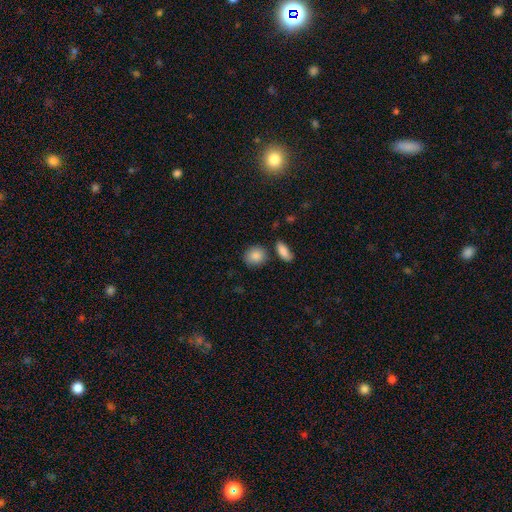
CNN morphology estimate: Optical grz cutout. It shows a smooth galaxy with no disk features (87%) that is round (66%). Merging: none (77%).